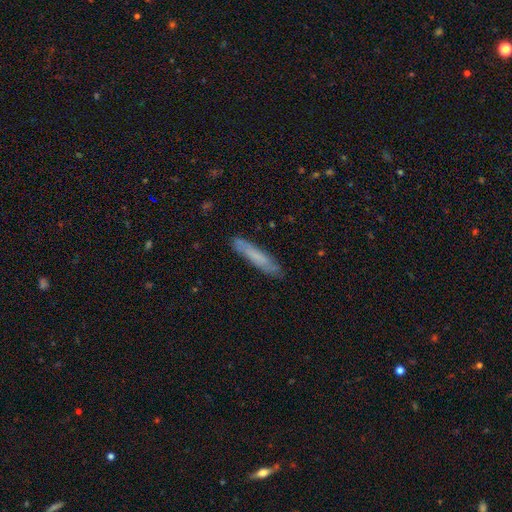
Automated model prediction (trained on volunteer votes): smooth 67%, featured or disk 26%, star or artifact 7%. Down the decision tree: how rounded — cigar-shaped (90%); merging — none (85%).